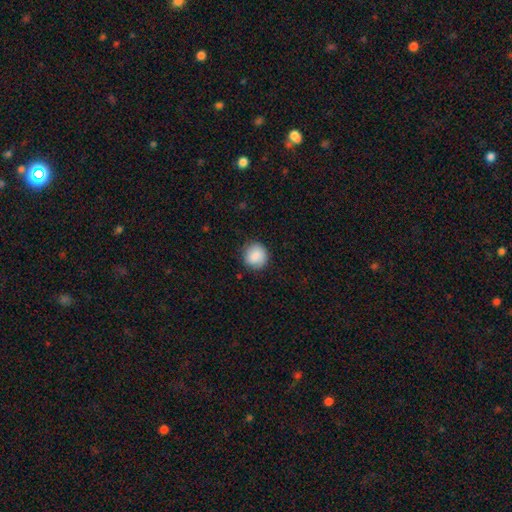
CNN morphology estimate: Q: Smooth or featured?
A: smooth (87%); runner-up: star or artifact (7%)
Q: How rounded?
A: round (89%); runner-up: in between (10%)
Q: Merging?
A: none (85%); runner-up: minor disturbance (11%)